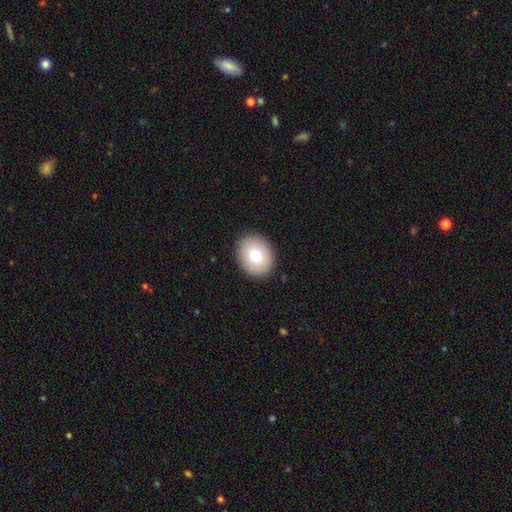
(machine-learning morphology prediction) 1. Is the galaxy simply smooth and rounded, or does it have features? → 74% smooth, 17% featured or disk, 9% star or artifact.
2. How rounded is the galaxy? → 52% round, 47% in between, 1% cigar-shaped.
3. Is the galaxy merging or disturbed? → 90% none, 7% minor disturbance, 2% major disturbance, 1% merger.